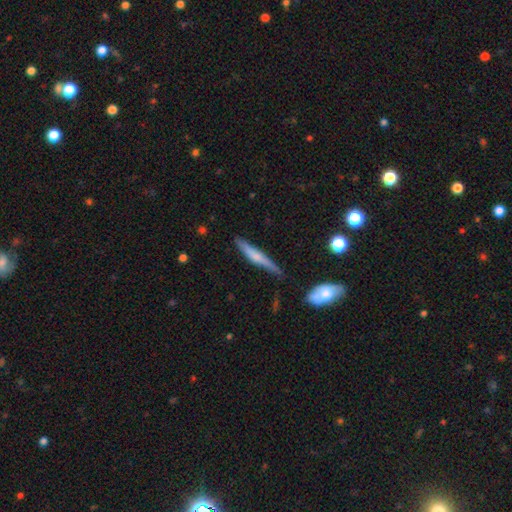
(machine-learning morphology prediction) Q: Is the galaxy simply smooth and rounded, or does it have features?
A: smooth — 47%, tied with featured or disk.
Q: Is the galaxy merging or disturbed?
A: none — 76%.